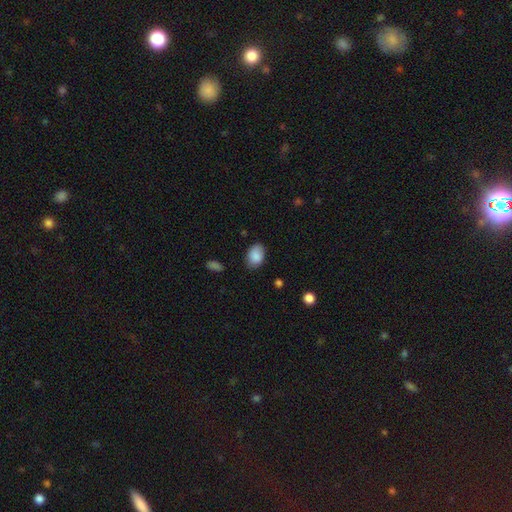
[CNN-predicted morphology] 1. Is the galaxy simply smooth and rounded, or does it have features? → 87% smooth, 7% star or artifact, 6% featured or disk.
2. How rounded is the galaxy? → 82% in between, 17% round, 1% cigar-shaped.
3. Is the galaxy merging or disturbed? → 77% none, 18% minor disturbance, 3% major disturbance, 1% merger.